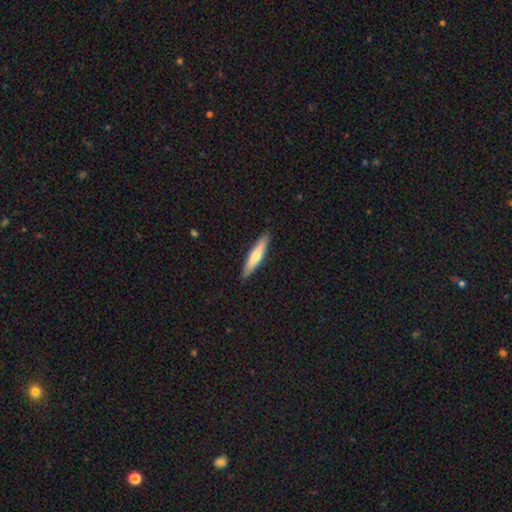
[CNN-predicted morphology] smooth 63%, featured or disk 32%, star or artifact 5%. Down the decision tree: how rounded — cigar-shaped (87%); merging — none (90%).